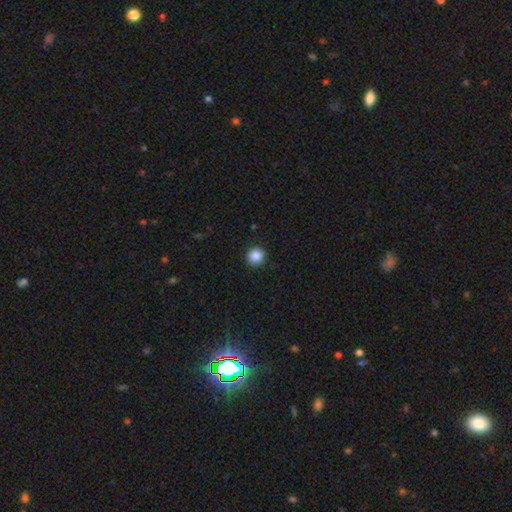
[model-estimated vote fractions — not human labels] Q: Smooth or featured?
A: smooth (87%); runner-up: star or artifact (10%)
Q: How rounded?
A: round (93%); runner-up: in between (6%)
Q: Merging?
A: none (90%); runner-up: minor disturbance (7%)